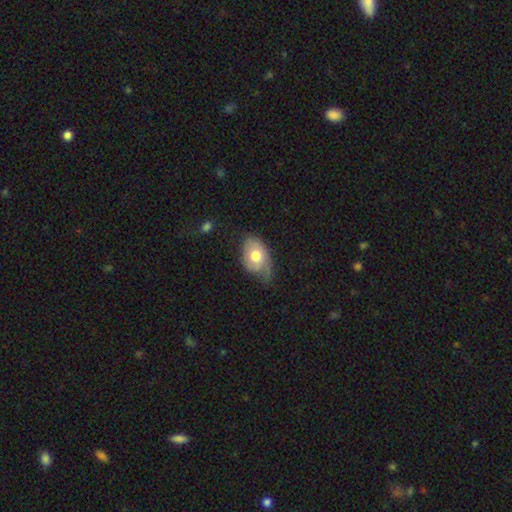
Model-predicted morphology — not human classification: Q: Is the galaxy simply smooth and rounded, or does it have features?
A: smooth — 59%.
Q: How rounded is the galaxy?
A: in between — 82%.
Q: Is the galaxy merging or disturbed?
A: minor disturbance — 42%.